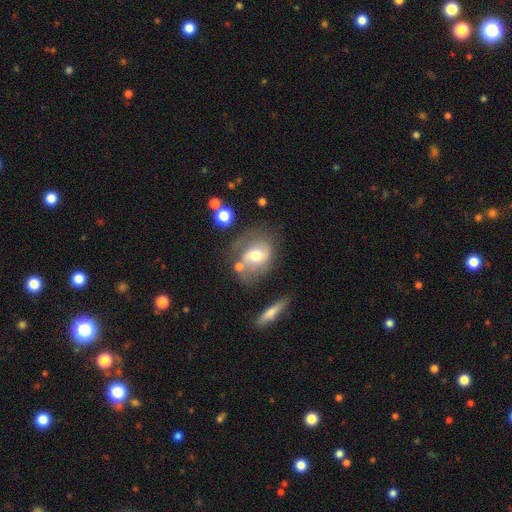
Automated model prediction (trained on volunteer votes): Overall: featured or disk (50%; smooth 41%). Edge-on disk: no (93%). Merging: none (51%; minor disturbance 23%).